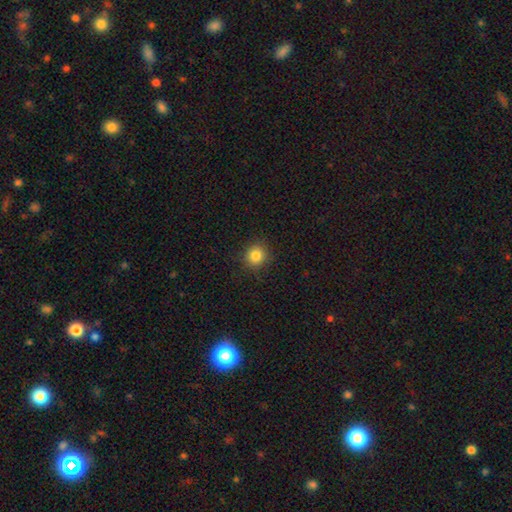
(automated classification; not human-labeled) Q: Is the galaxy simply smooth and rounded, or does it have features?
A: smooth — 83%.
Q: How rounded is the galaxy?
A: round — 90%.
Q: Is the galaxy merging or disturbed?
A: none — 90%.